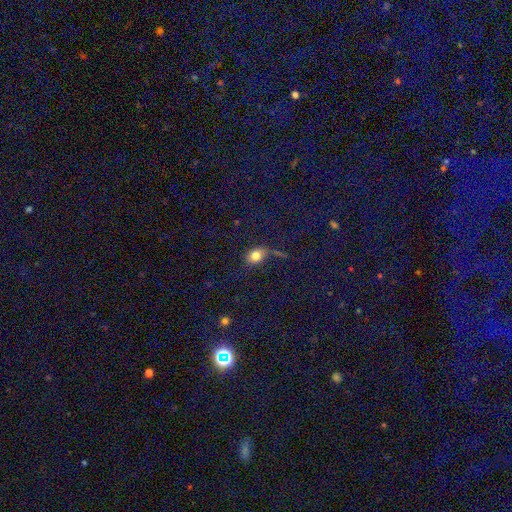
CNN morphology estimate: The model was most divided on "how rounded": in between: 60%, round: 38%, cigar-shaped: 2%. More confident: smooth or featured — smooth (78%); merging — none (58%).